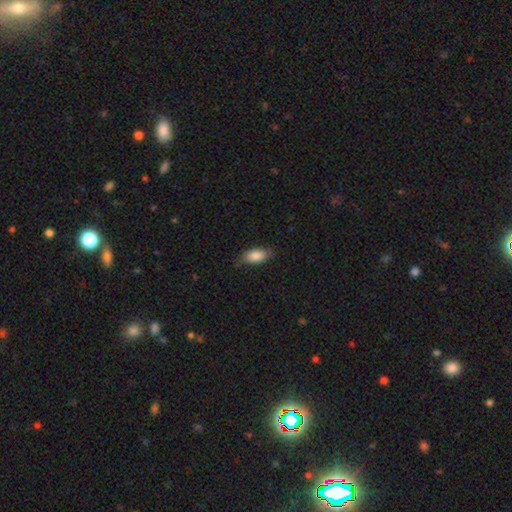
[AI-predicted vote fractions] Smooth or featured?
  - smooth: 83% *
  - featured or disk: 10%
  - star or artifact: 6%
How rounded?
  - in between: 89% *
  - cigar-shaped: 8%
  - round: 3%
Merging?
  - none: 69% *
  - minor disturbance: 24%
  - major disturbance: 5%
  - merger: 1%